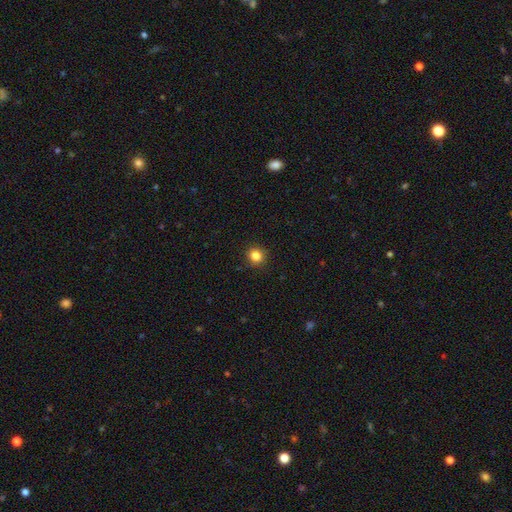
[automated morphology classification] Smooth or featured: smooth — 84% (star or artifact — 12%)
How rounded: round — 90% (in between — 9%)
Merging: none — 91% (minor disturbance — 6%)